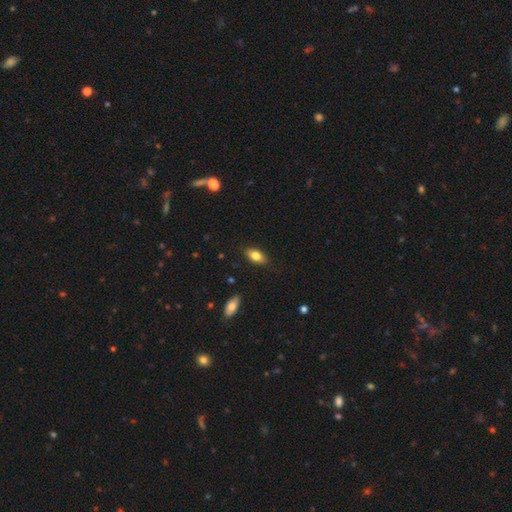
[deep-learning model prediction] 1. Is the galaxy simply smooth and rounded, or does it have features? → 78% smooth, 15% featured or disk, 7% star or artifact.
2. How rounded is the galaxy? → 88% in between, 7% cigar-shaped, 5% round.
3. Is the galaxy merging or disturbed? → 85% none, 11% minor disturbance, 2% major disturbance, 1% merger.